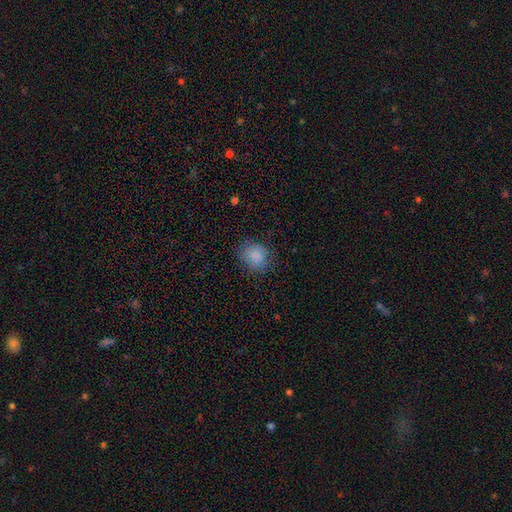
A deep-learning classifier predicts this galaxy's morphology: type=smooth (86%); roundness=round (75%); merging=none (80%).